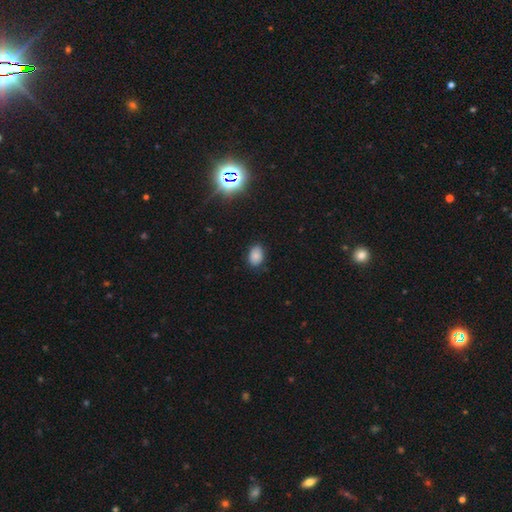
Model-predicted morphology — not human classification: Overall: smooth (80%). How rounded: in between (83%). Merging: none (82%).